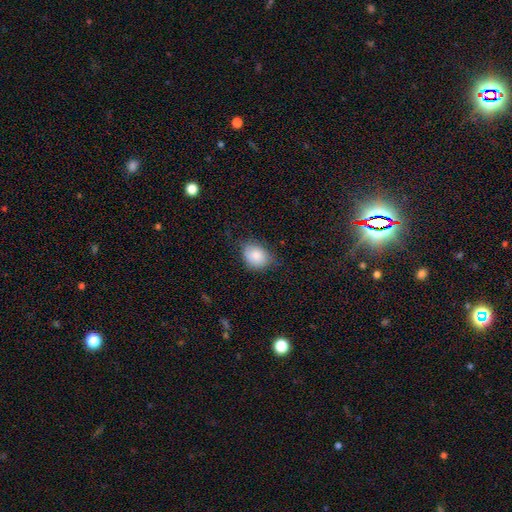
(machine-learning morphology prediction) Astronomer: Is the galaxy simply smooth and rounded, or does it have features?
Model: smooth — 84%.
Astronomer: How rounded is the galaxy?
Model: in between — 55% (runner-up: round, 44%).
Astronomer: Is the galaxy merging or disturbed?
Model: none — 67%.